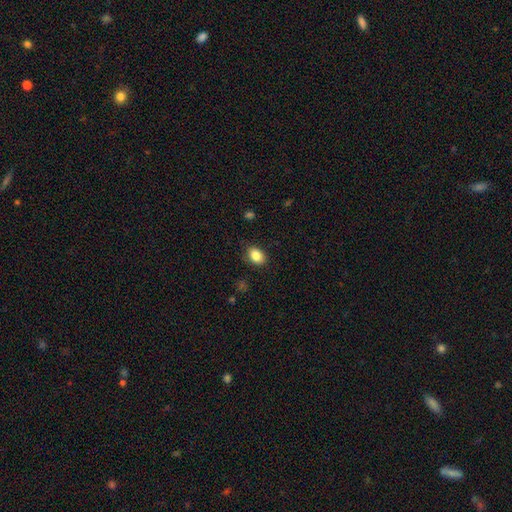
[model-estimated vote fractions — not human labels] smooth-or-featured: smooth: 86% | star or artifact: 9% | featured or disk: 6%
  how-rounded: in between: 73% | round: 26% | cigar-shaped: 1%
  merging: none: 84% | minor disturbance: 12% | major disturbance: 3% | merger: 1%